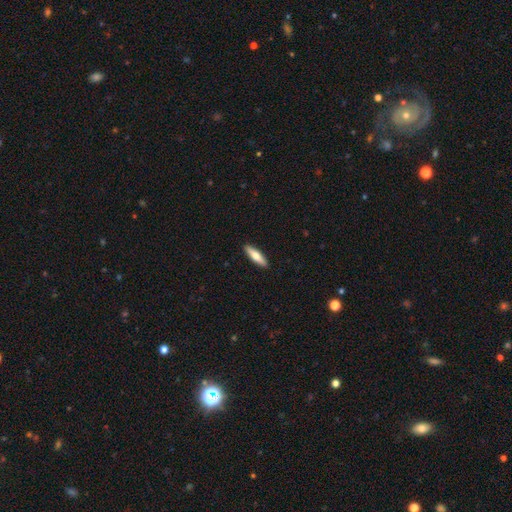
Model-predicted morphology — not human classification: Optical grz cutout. It shows a smooth galaxy with no disk features (61%) that is cigar-shaped (68%). Merging: none (92%).